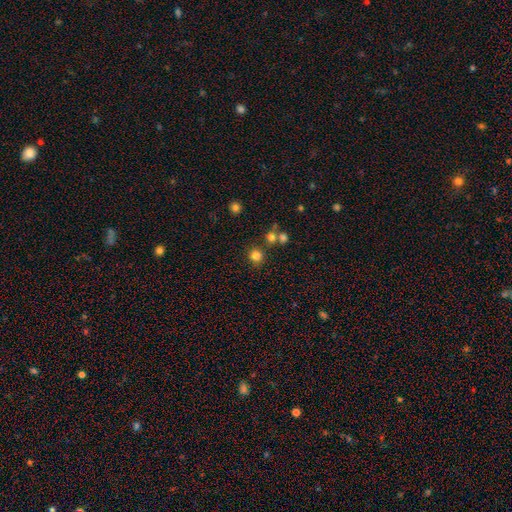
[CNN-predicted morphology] Smooth or featured? Predicted: smooth (p=0.80). How rounded? Predicted: round (p=0.92). Merging? Predicted: none (p=0.80).